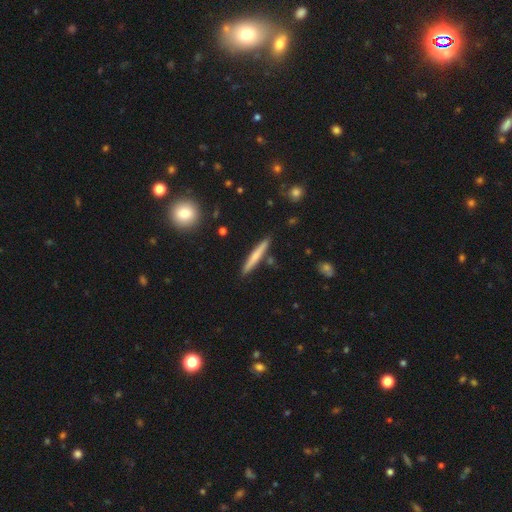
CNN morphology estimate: This is possibly a smooth galaxy (58%). How rounded: clearly cigar-shaped (96%). Merging: clearly none (89%).